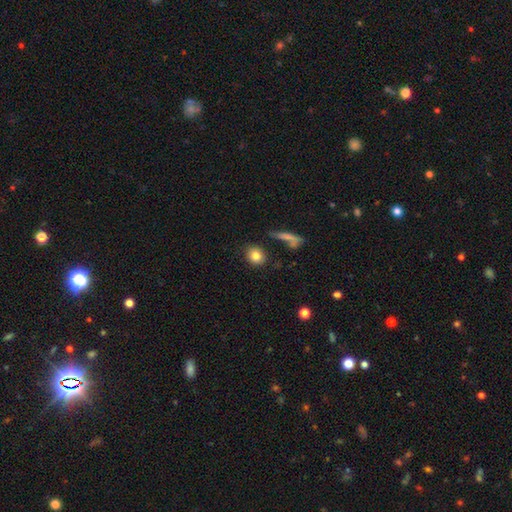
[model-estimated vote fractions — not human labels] Smooth or featured? Predicted: smooth (p=0.82). How rounded? Predicted: round (p=0.74). Merging? Predicted: none (p=0.82).